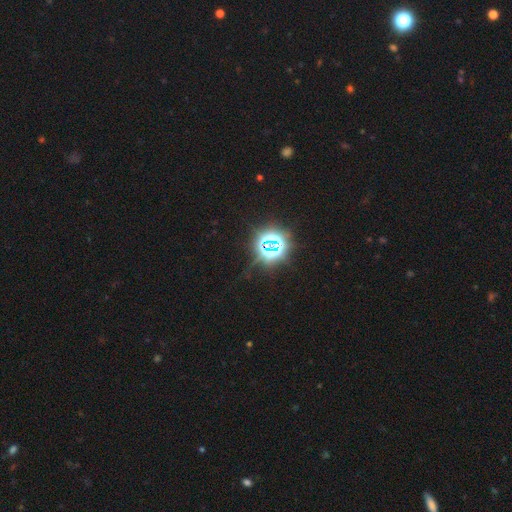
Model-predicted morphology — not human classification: smooth_or_featured: star or artifact (p=0.78) [alt: smooth p=0.17]